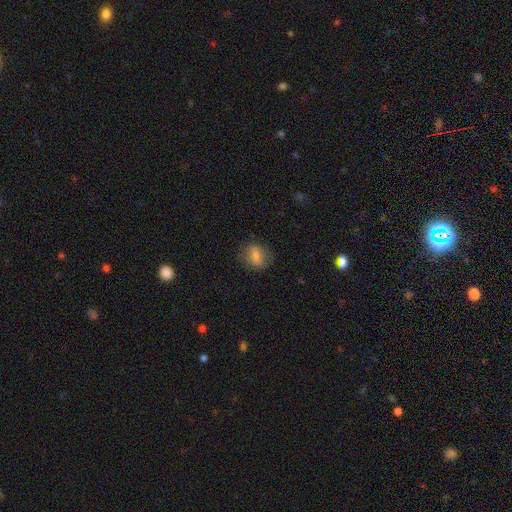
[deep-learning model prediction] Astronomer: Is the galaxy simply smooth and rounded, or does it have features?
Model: smooth — 69%.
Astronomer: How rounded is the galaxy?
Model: in between — 59% (runner-up: round, 37%).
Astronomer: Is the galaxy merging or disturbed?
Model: none — 76%.